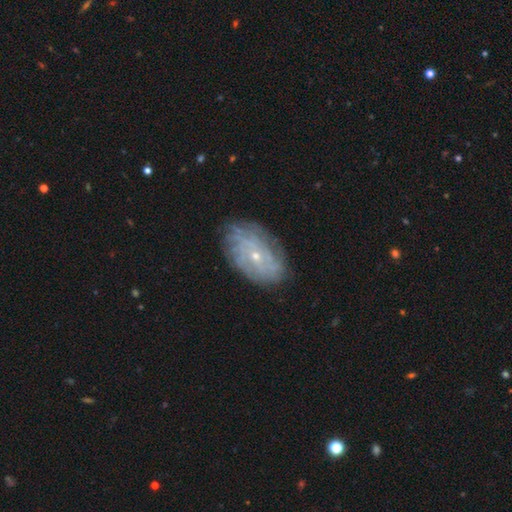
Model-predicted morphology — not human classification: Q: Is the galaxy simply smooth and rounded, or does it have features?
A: featured or disk — 73%.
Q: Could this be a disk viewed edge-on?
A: no — 95%.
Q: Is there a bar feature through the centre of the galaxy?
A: no — 76%.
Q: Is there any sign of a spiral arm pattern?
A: yes — 83%.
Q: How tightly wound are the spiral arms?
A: tight — 69%.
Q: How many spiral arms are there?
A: can't tell — 56%.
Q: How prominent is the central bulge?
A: small — 76%.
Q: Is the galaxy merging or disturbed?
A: none — 77%.